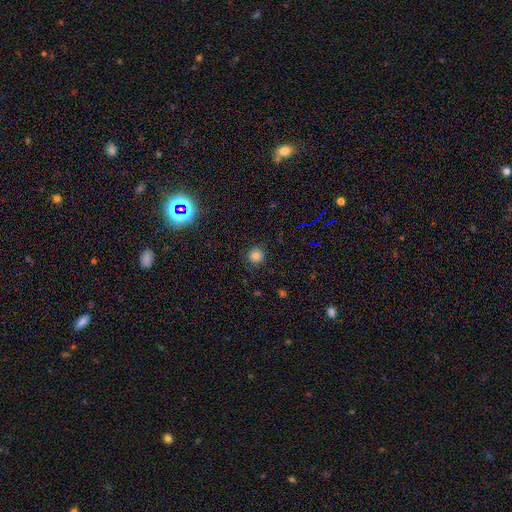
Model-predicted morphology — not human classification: Smooth or featured? Predicted: smooth (p=0.80). How rounded? Predicted: round (p=0.94). Merging? Predicted: none (p=0.87).